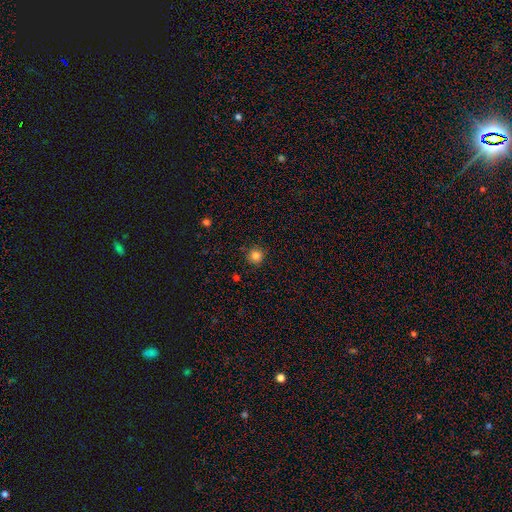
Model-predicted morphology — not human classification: smooth_or_featured: smooth (p=0.83) [alt: star or artifact p=0.12]
how_rounded: round (p=0.94) [alt: in between p=0.05]
merging: none (p=0.89) [alt: minor disturbance p=0.08]